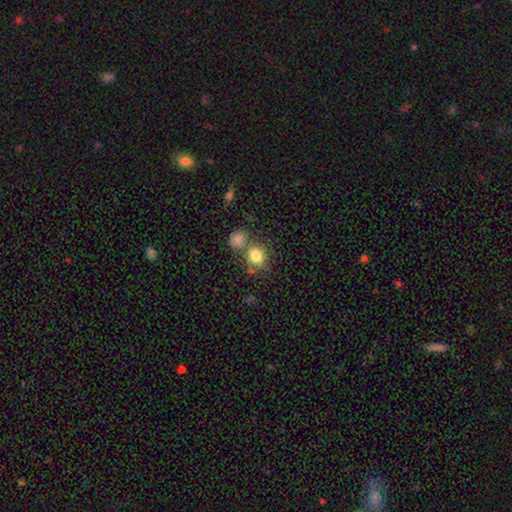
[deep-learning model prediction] smooth 82%, star or artifact 10%, featured or disk 7%. Down the decision tree: how rounded — round (76%); merging — none (62%).